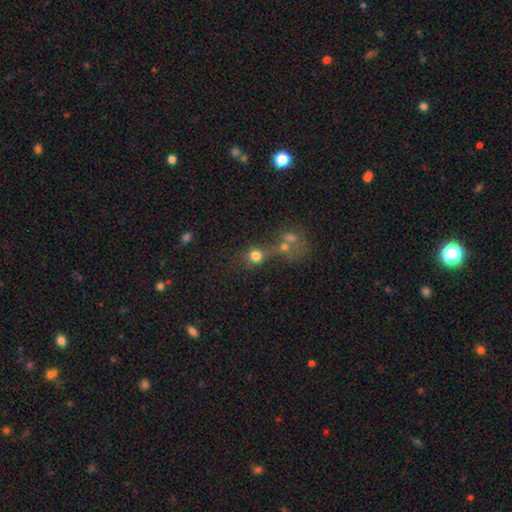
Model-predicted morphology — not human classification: Q: Smooth or featured?
A: smooth (73%); runner-up: star or artifact (15%)
Q: How rounded?
A: round (81%); runner-up: in between (17%)
Q: Merging?
A: merger (46%); runner-up: none (35%)